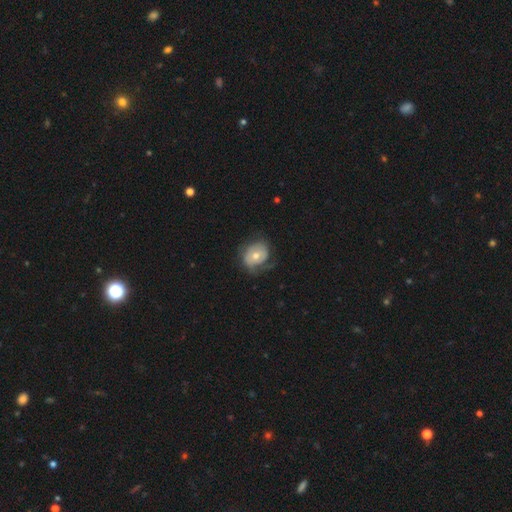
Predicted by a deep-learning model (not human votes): Smooth or featured: featured or disk — 50% (smooth — 44%)
Merging: none — 53% (minor disturbance — 27%)